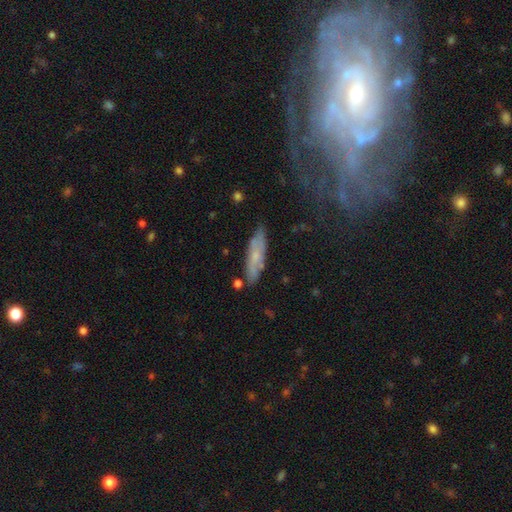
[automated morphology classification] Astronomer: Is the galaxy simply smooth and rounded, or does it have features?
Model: smooth — 49% (runner-up: featured or disk, 43%).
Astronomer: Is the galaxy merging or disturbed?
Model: none — 79%.